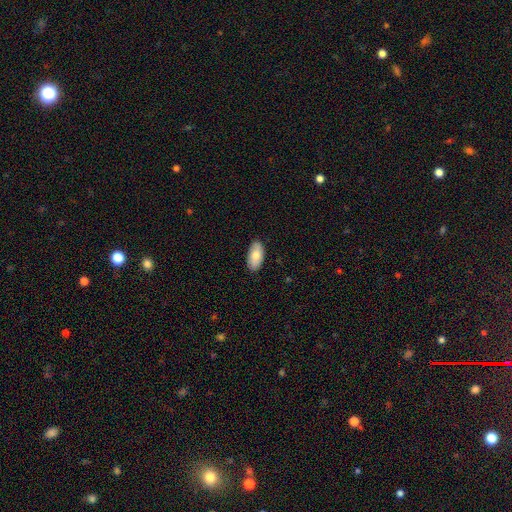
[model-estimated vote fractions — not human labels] Smooth or featured?
  - smooth: 80% *
  - featured or disk: 14%
  - star or artifact: 6%
How rounded?
  - in between: 94% *
  - cigar-shaped: 4%
  - round: 2%
Merging?
  - none: 88% *
  - minor disturbance: 10%
  - major disturbance: 2%
  - merger: 1%